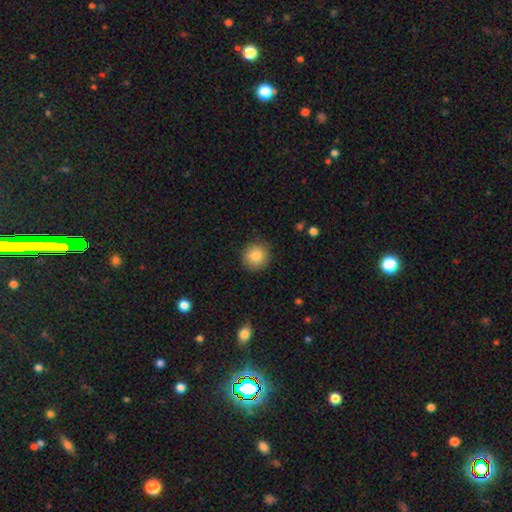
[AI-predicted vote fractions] Smooth or featured? Predicted: smooth (p=0.85). How rounded? Predicted: round (p=0.93). Merging? Predicted: none (p=0.89).